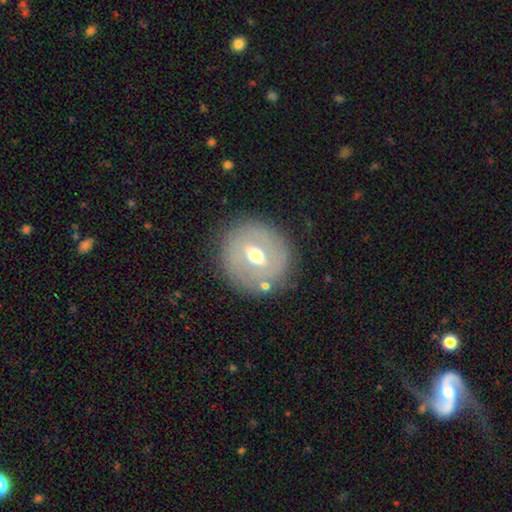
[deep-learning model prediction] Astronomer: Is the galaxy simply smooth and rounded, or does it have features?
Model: featured or disk — 59%.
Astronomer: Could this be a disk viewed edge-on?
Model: no — 90%.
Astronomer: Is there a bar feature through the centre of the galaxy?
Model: weak — 50% (runner-up: strong, 27%).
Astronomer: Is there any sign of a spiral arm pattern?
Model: no — 73%.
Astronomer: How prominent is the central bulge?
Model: moderate — 75%.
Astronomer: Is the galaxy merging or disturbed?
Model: none — 80%.